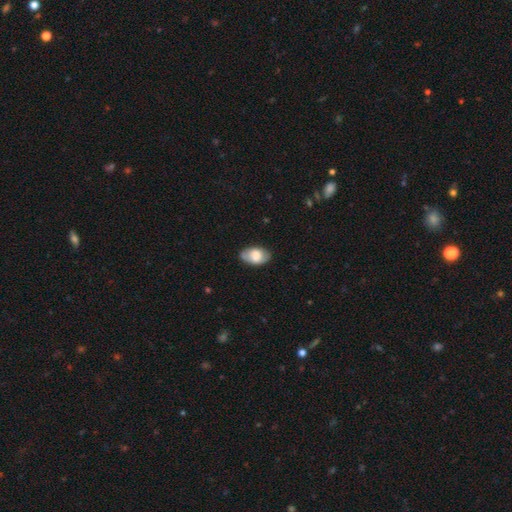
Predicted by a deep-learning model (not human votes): Smooth or featured: smooth — 68% (featured or disk — 25%)
How rounded: in between — 93% (round — 6%)
Merging: none — 74% (minor disturbance — 21%)